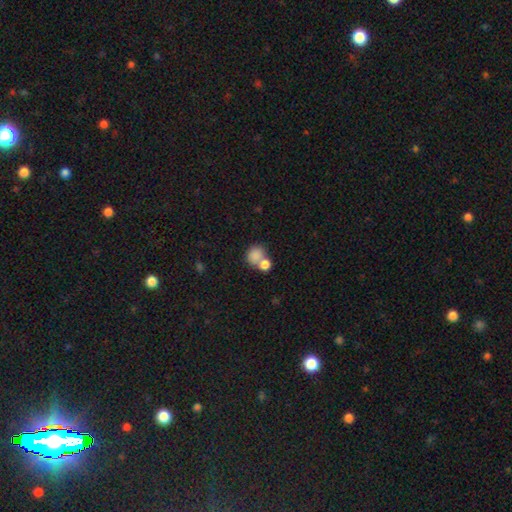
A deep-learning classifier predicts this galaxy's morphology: smooth 82%, star or artifact 9%, featured or disk 9%. Down the decision tree: how rounded — round (65%); merging — merger (53%).